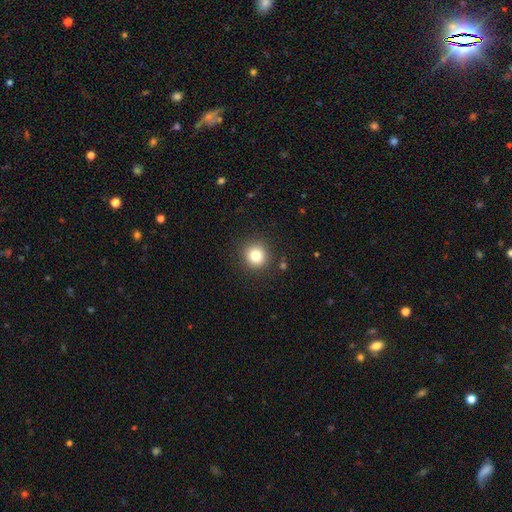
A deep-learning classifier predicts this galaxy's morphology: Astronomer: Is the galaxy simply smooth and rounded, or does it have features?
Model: smooth — 80%.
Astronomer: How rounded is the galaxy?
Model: round — 93%.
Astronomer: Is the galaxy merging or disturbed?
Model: none — 89%.